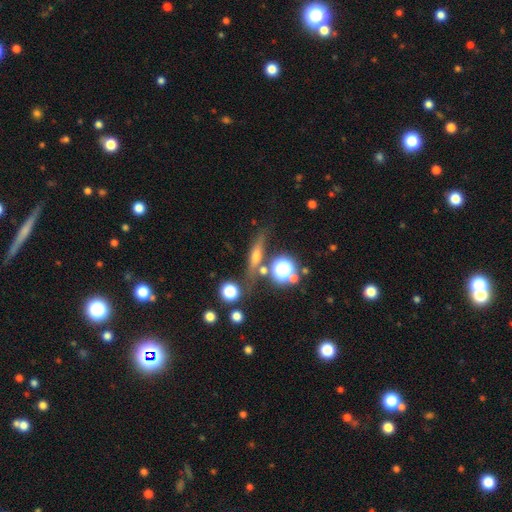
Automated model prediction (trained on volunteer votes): This appears to be a featured or disk galaxy (42%). Merging: none (71%).